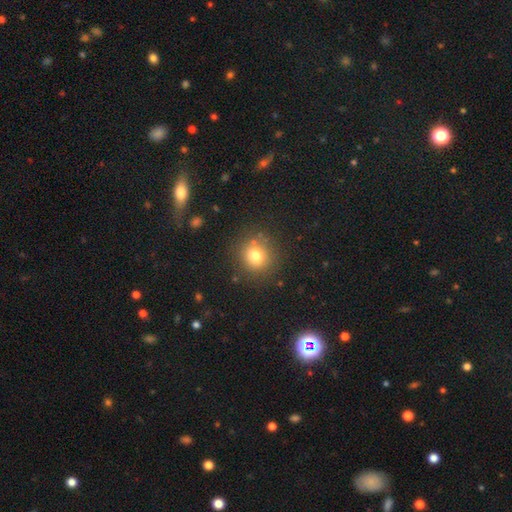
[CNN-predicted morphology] smooth-or-featured: smooth: 78% | star or artifact: 13% | featured or disk: 9%
  how-rounded: round: 89% | in between: 10% | cigar-shaped: 1%
  merging: none: 84% | minor disturbance: 9% | major disturbance: 4% | merger: 2%